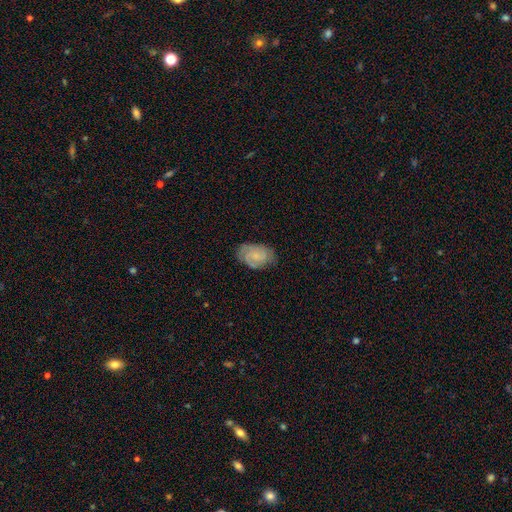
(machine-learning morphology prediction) Smooth or featured? Predicted: featured or disk (p=0.53). Edge-on disk? Predicted: no (p=0.97). Bar? Predicted: no (p=0.66). Spiral arms? Predicted: yes (p=0.89). Bulge size? Predicted: small (p=0.59). Merging? Predicted: none (p=0.70).